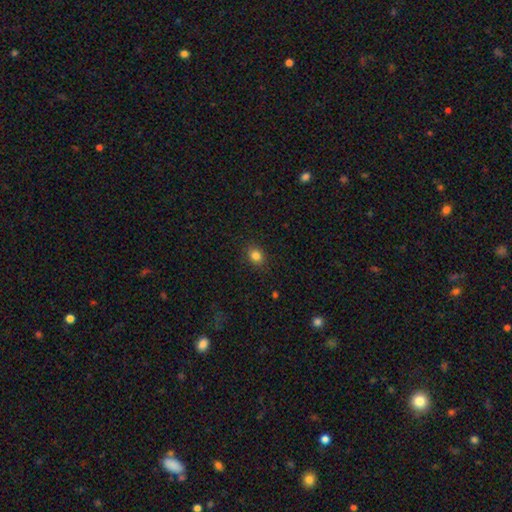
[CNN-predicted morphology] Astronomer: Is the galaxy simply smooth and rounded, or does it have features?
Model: smooth — 84%.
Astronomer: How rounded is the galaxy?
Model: round — 51% (runner-up: in between, 48%).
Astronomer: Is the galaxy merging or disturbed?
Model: none — 88%.